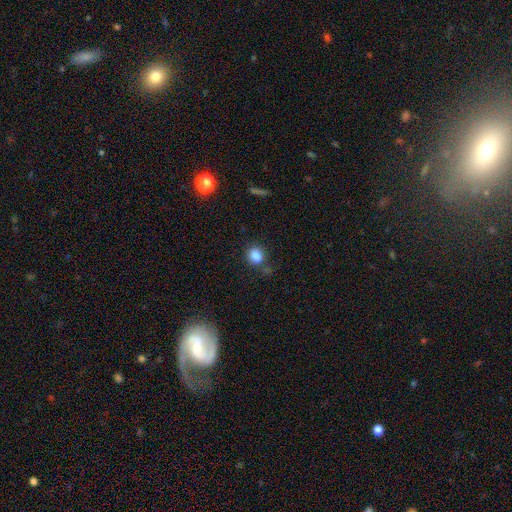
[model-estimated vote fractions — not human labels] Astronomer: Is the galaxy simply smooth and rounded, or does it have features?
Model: smooth — 85%.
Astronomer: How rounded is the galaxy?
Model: round — 66%.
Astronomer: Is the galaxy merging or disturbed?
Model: none — 72%.